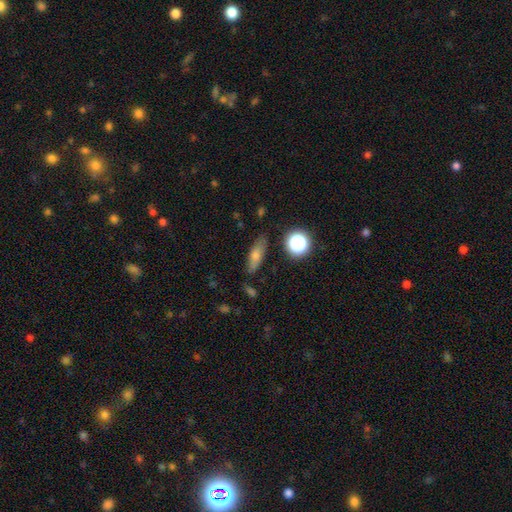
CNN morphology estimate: smooth_or_featured: smooth (p=0.70) [alt: featured or disk p=0.18]
how_rounded: in between (p=0.49) [alt: cigar-shaped p=0.42]
merging: none (p=0.78) [alt: minor disturbance p=0.15]